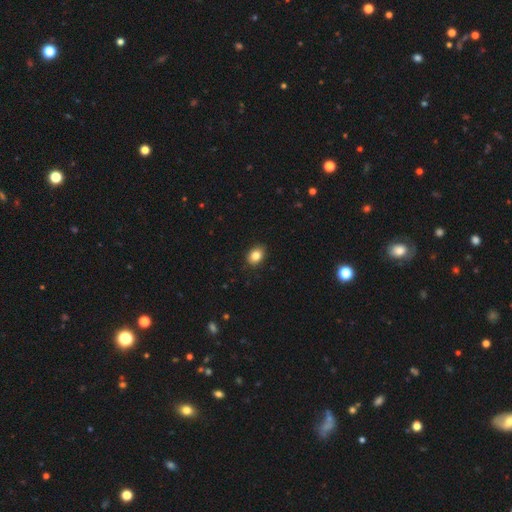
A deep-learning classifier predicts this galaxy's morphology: A smooth galaxy with no disk features (85%) that is in between round and cigar-shaped (65%). Merging: none (88%).